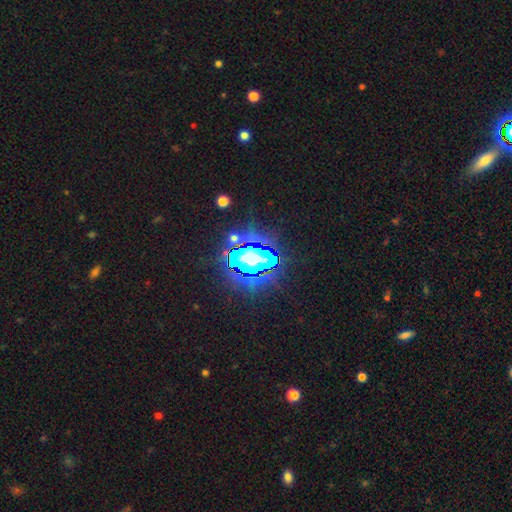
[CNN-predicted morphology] A star or artifact, not a galaxy (76%).